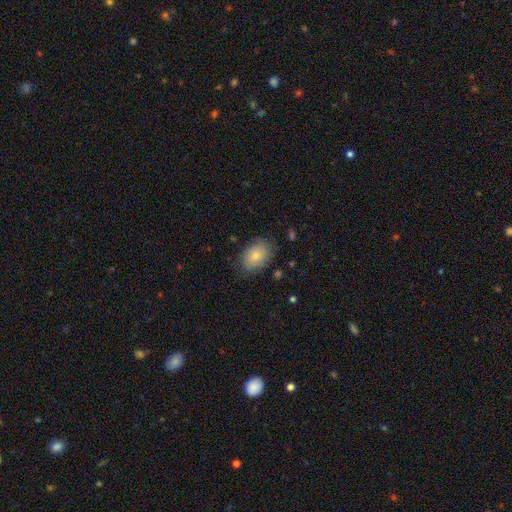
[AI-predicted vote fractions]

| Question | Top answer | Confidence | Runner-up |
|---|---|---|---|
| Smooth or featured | smooth | 82% | featured or disk (11%) |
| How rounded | in between | 82% | round (17%) |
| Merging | none | 80% | minor disturbance (15%) |